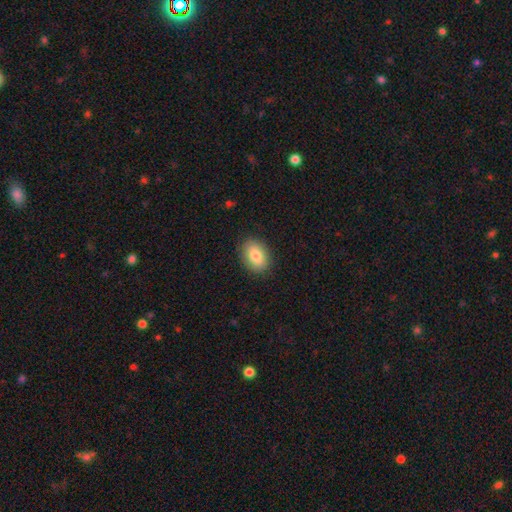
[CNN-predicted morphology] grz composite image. It shows a smooth galaxy with no disk features (82%) that is in between round and cigar-shaped (80%). Merging: none (88%).